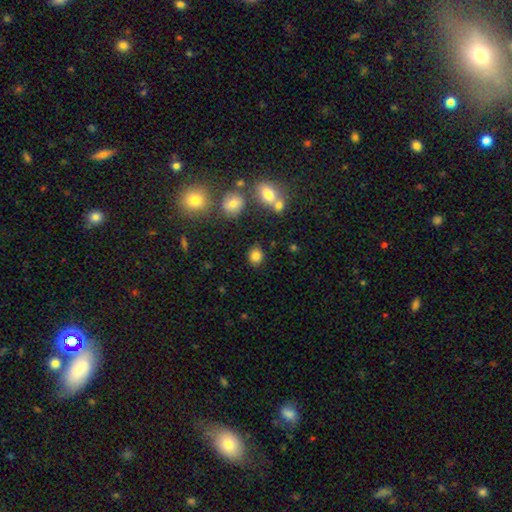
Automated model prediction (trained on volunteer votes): The model was most divided on "how rounded": round: 65%, in between: 34%, cigar-shaped: 1%. More confident: merging — none (82%); smooth or featured — smooth (82%).